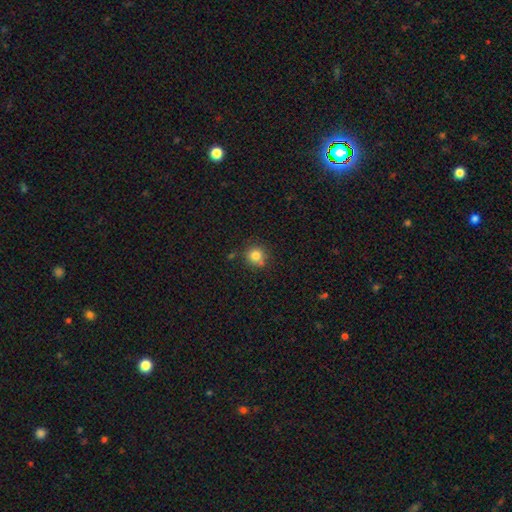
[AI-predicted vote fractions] A smooth galaxy with no disk features (82%) that is round (90%). Merging: none (72%).